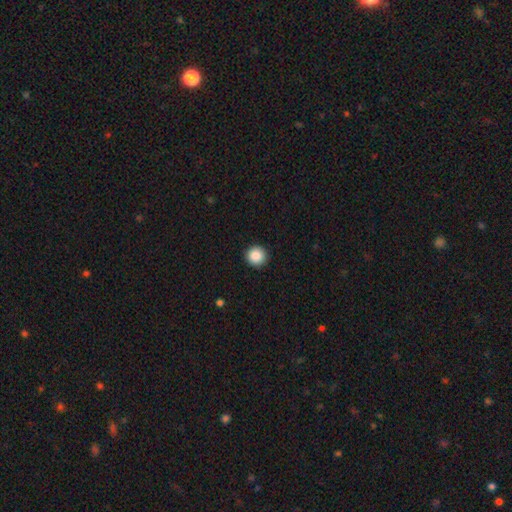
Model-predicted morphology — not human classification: smooth-or-featured: smooth: 88% | star or artifact: 9% | featured or disk: 3%
  how-rounded: round: 95% | in between: 4% | cigar-shaped: 1%
  merging: none: 92% | minor disturbance: 5% | major disturbance: 2% | merger: 1%